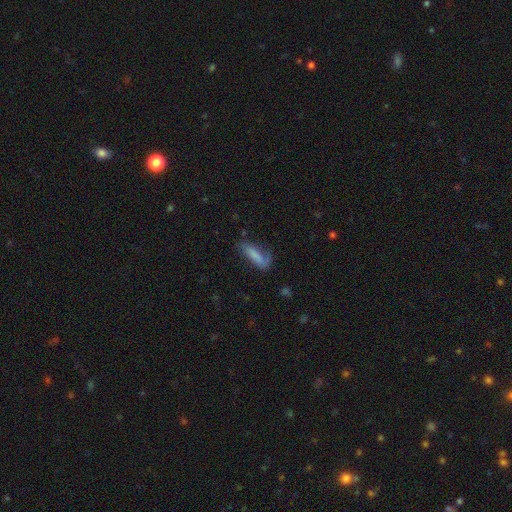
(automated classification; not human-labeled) The model was most divided on "how rounded": cigar-shaped: 59%, in between: 39%, round: 2%. More confident: smooth or featured — smooth (73%); merging — none (52%).